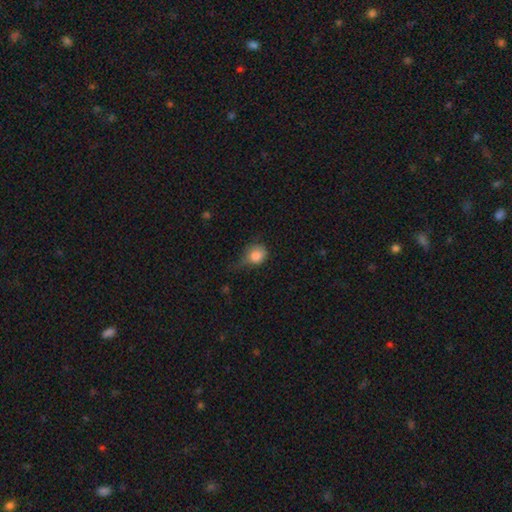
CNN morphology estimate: smooth 82%, star or artifact 9%, featured or disk 9%. Down the decision tree: how rounded — round (72%); merging — minor disturbance (41%).